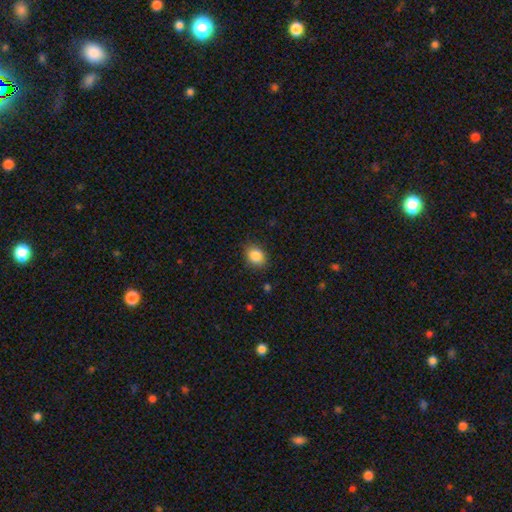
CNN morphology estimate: Smooth or featured: smooth — 86% (star or artifact — 9%)
How rounded: in between — 57% (round — 42%)
Merging: none — 86% (minor disturbance — 10%)